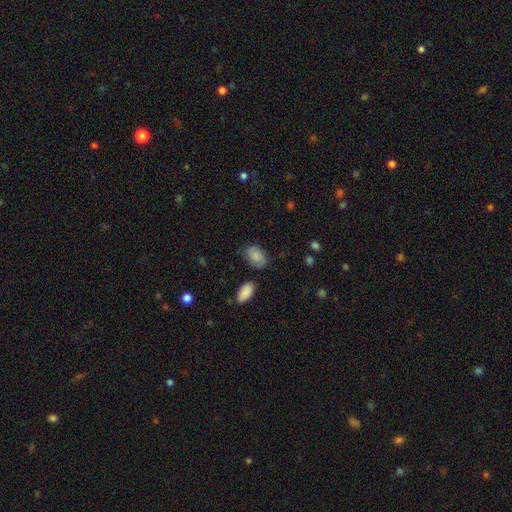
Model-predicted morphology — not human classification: Smooth or featured? Predicted: smooth (p=0.78). How rounded? Predicted: in between (p=0.84). Merging? Predicted: none (p=0.69).